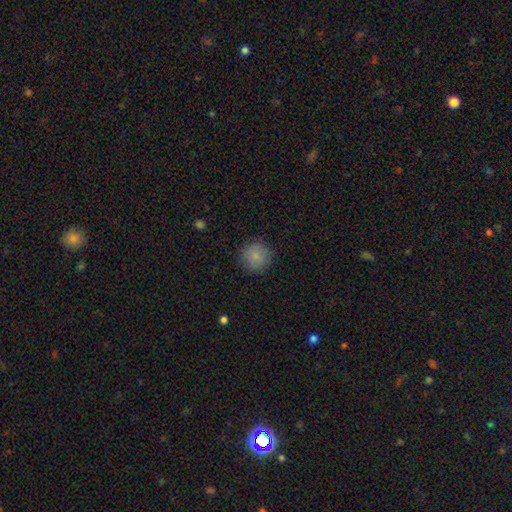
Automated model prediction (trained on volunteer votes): Smooth or featured? Predicted: smooth (p=0.84). How rounded? Predicted: round (p=0.94). Merging? Predicted: none (p=0.87).